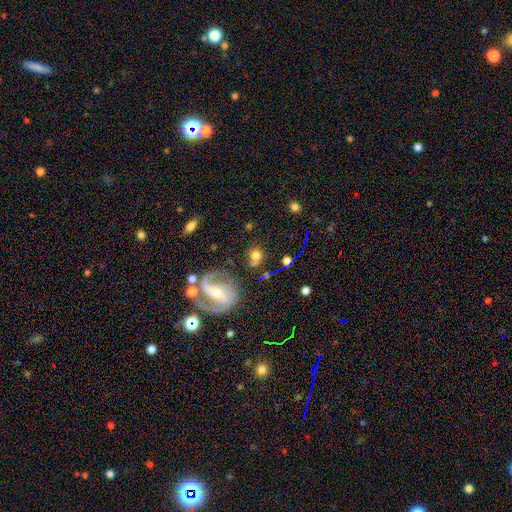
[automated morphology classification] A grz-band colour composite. It shows a smooth galaxy with no disk features (56%) that is round (78%). Merging: none (64%).